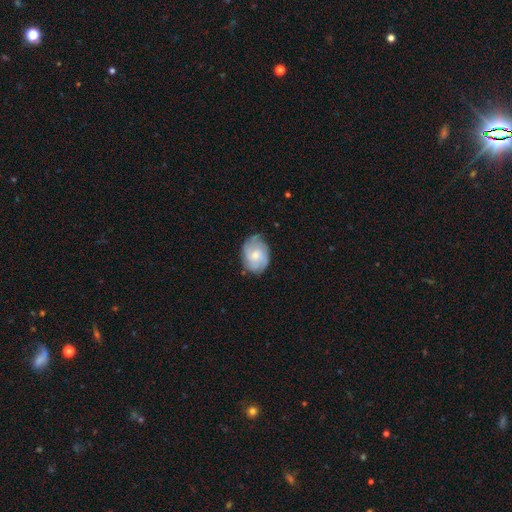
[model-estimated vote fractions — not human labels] Smooth or featured? featured or disk (64%)
Edge-on disk? no (97%)
Bar? no (69%)
Spiral arms? yes (90%)
Spiral winding? tight (51%)
Spiral arm count? can't tell (33%)
Bulge size? moderate (48%)
Merging? none (71%)